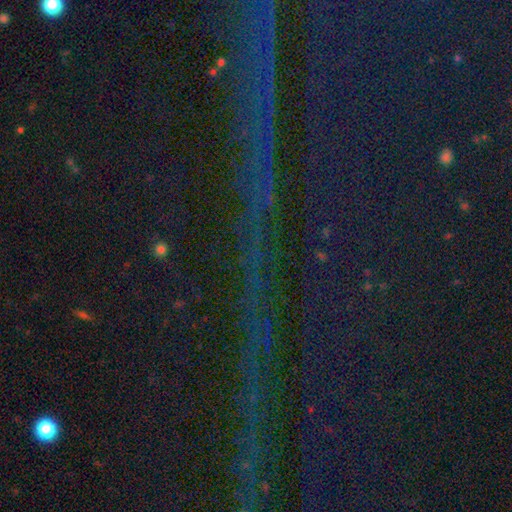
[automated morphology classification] type=star or artifact (81%).